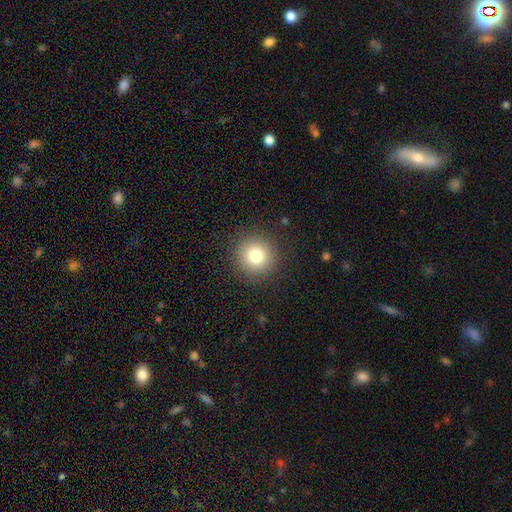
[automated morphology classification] This is likely a smooth galaxy (79%). How rounded: clearly round (95%). Merging: clearly none (90%).